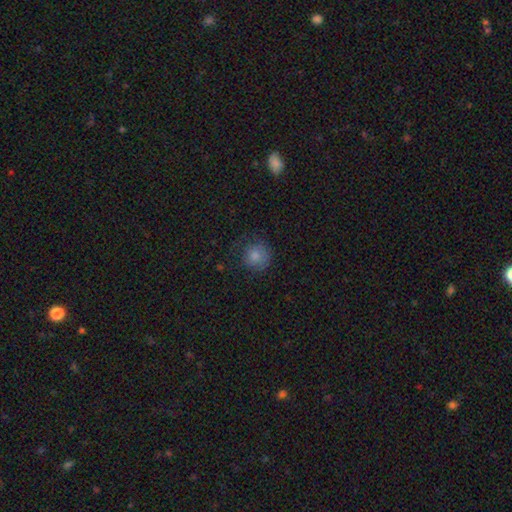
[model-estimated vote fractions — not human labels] This is clearly a smooth galaxy (82%). How rounded: clearly round (91%). Merging: likely none (72%).